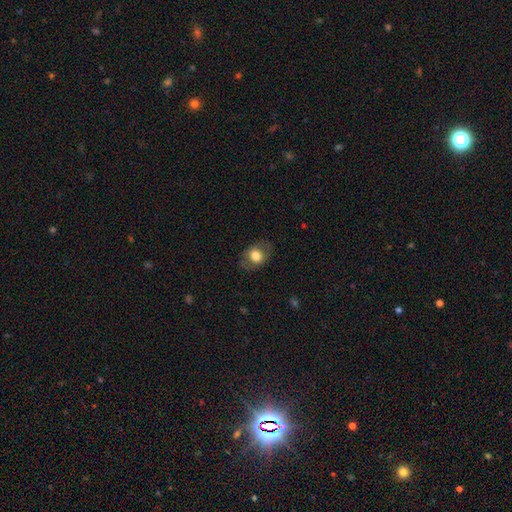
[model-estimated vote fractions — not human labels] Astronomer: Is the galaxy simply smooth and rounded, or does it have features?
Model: smooth — 72%.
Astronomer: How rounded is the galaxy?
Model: in between — 61% (runner-up: round, 37%).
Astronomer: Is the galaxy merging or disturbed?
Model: none — 78%.